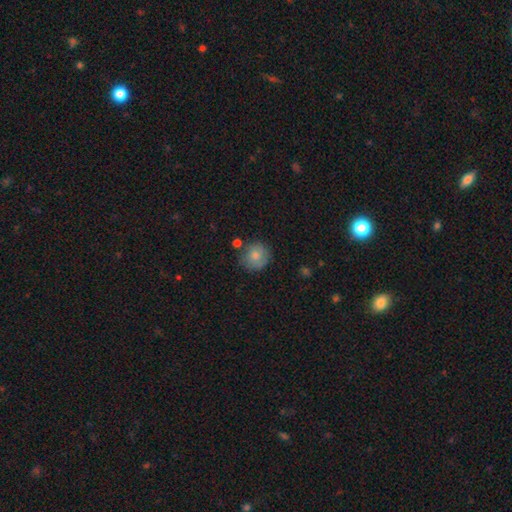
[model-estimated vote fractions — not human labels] smooth-or-featured: smooth: 80% | featured or disk: 12% | star or artifact: 8%
  how-rounded: round: 90% | in between: 9% | cigar-shaped: 1%
  merging: none: 72% | minor disturbance: 17% | merger: 6% | major disturbance: 4%